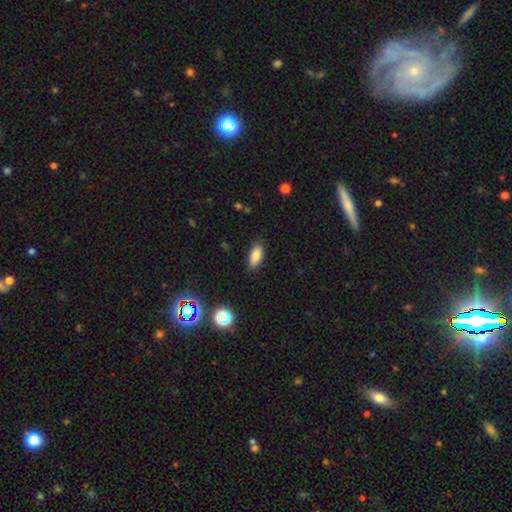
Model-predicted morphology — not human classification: This appears to be a smooth galaxy with no disk features (84%) that is in between round and cigar-shaped (86%). Merging: none (84%).